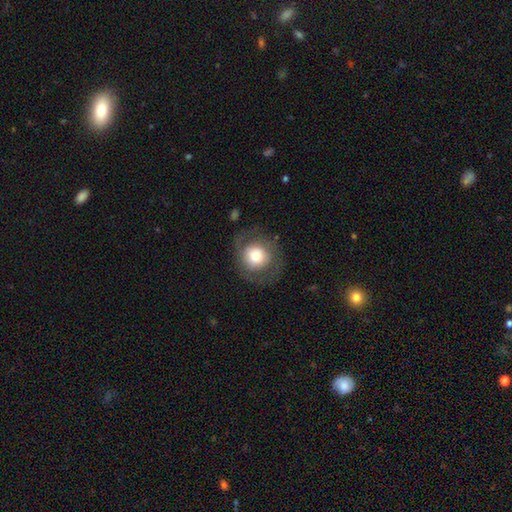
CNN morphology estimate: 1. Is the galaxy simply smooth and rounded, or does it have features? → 60% smooth, 32% featured or disk, 8% star or artifact.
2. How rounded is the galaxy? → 85% round, 14% in between, 1% cigar-shaped.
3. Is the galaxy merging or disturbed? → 73% none, 15% minor disturbance, 11% major disturbance, 1% merger.